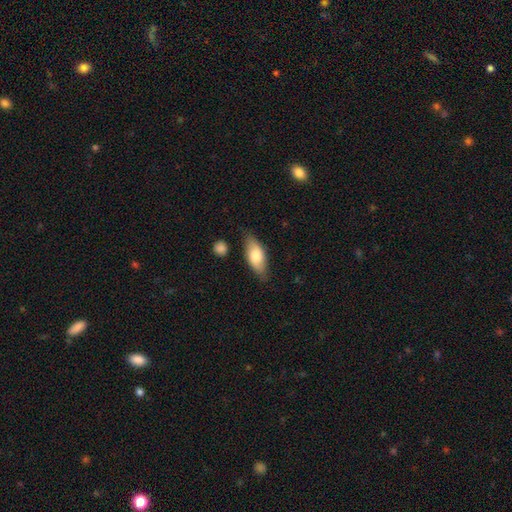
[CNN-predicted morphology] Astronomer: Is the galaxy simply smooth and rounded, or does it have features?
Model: smooth — 72%.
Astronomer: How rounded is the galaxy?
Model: in between — 80%.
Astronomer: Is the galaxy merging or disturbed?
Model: none — 76%.